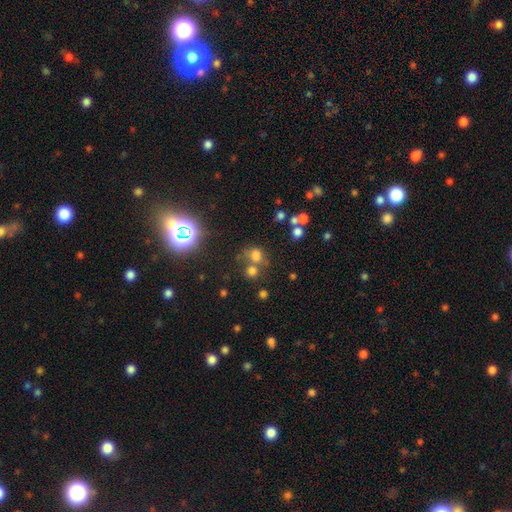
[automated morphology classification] The model was most divided on "merging": none: 48%, merger: 33%, minor disturbance: 12%, major disturbance: 8%. More confident: how rounded — round (69%); smooth or featured — smooth (62%).